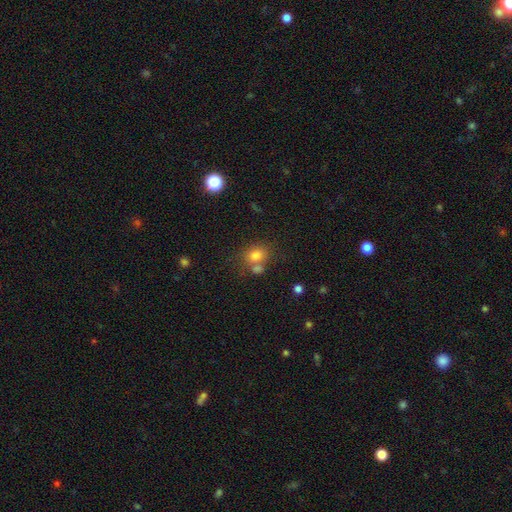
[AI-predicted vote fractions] The model was most divided on "how rounded": round: 51%, in between: 48%, cigar-shaped: 1%. More confident: smooth or featured — smooth (77%); merging — none (51%).